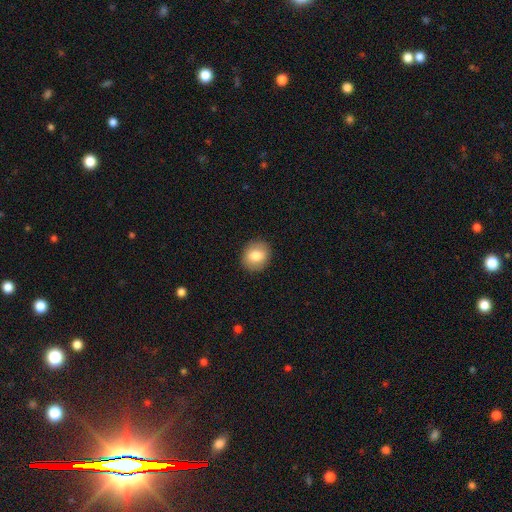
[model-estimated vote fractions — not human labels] Overall: smooth (80%). How rounded: round (69%; in between 30%). Merging: none (90%).